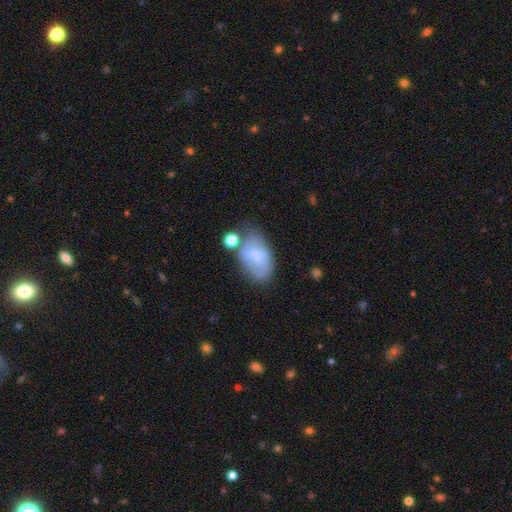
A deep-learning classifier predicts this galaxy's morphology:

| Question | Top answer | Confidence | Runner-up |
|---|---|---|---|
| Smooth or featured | smooth | 63% | featured or disk (29%) |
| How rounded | in between | 91% | round (8%) |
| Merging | none | 45% | minor disturbance (28%) |